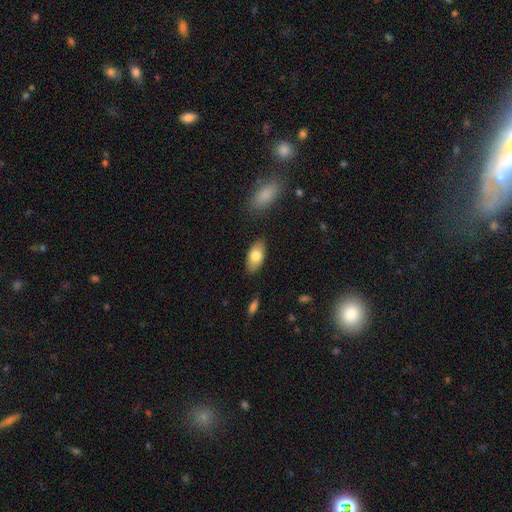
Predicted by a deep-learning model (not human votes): Overall: smooth (78%). How rounded: in between (92%). Merging: none (85%).